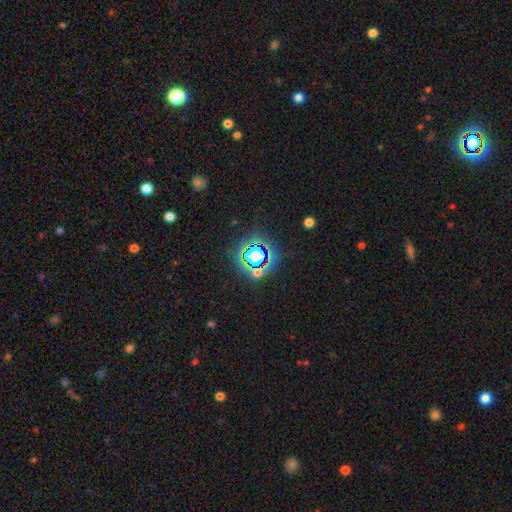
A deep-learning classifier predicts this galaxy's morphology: The model was most divided on "smooth or featured": star or artifact: 69%, smooth: 20%, featured or disk: 11%.